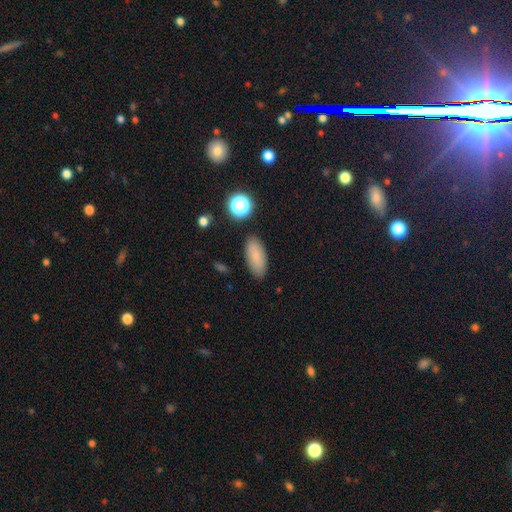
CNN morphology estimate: This appears to be a smooth galaxy with no disk features (84%) that is in between round and cigar-shaped (85%). Merging: none (85%).